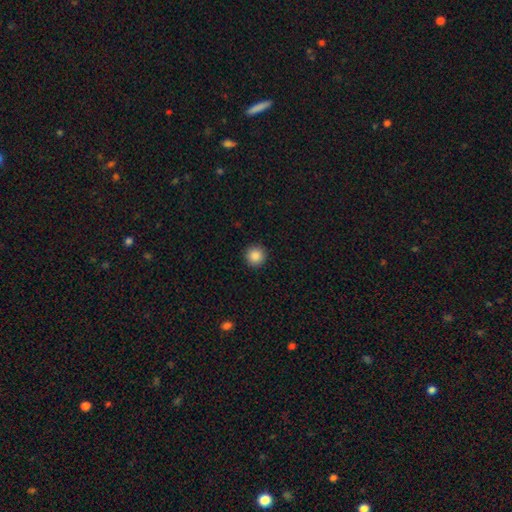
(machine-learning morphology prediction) smooth 88%, star or artifact 10%, featured or disk 3%. Down the decision tree: how rounded — round (96%); merging — none (93%).